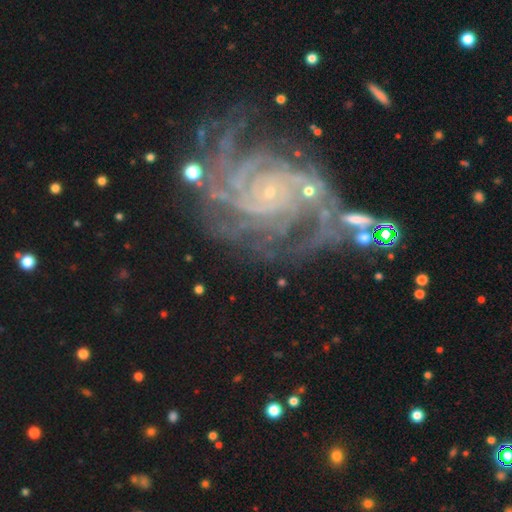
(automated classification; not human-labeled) This appears to be a featured or disk galaxy (91%) with no bar (74%), 4 (26%) tight (71%) spiral arms (99%) and a small central bulge (88%). Merging: none (61%).